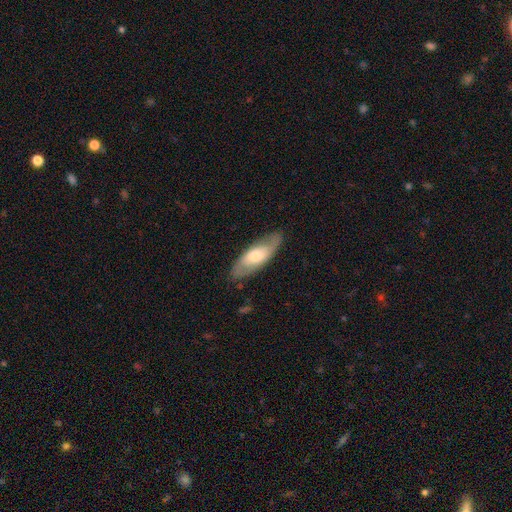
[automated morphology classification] smooth_or_featured: smooth (p=0.51) [alt: featured or disk p=0.44]
how_rounded: in between (p=0.70) [alt: cigar-shaped p=0.28]
merging: none (p=0.81) [alt: minor disturbance p=0.14]